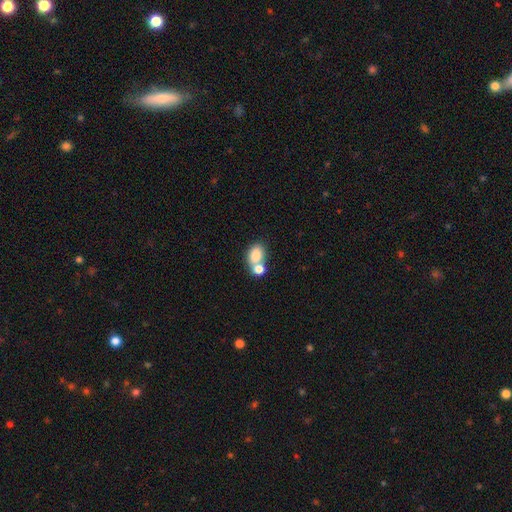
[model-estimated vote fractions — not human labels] Overall: smooth (80%). How rounded: in between (72%). Merging: merger (56%; none 32%).